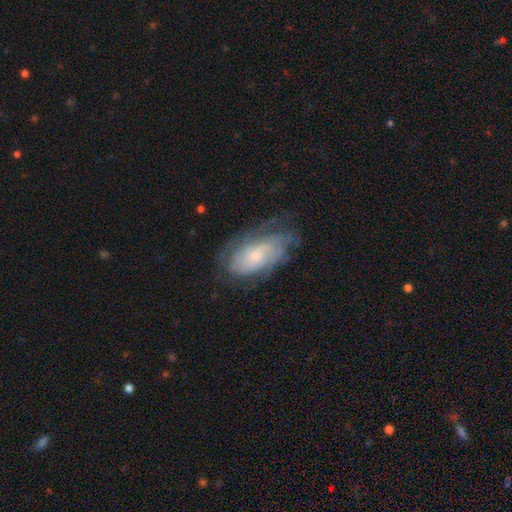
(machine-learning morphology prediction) Smooth or featured? Predicted: featured or disk (p=0.66). Edge-on disk? Predicted: no (p=0.94). Bar? Predicted: no (p=0.77). Spiral arms? Predicted: yes (p=0.81). Bulge size? Predicted: small (p=0.62). Merging? Predicted: none (p=0.58).